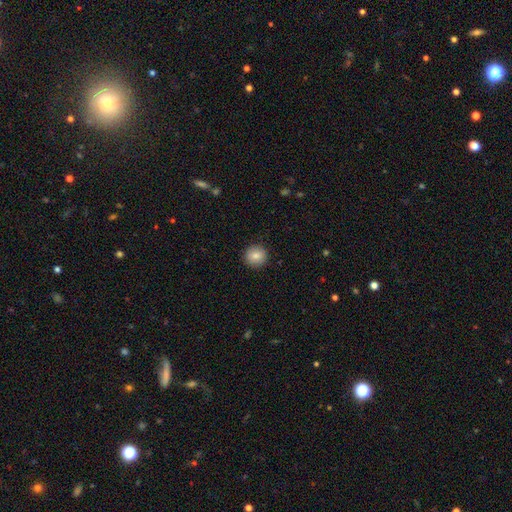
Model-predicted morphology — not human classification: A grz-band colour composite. It shows a smooth galaxy with no disk features (84%) that is round (93%). Merging: none (92%).